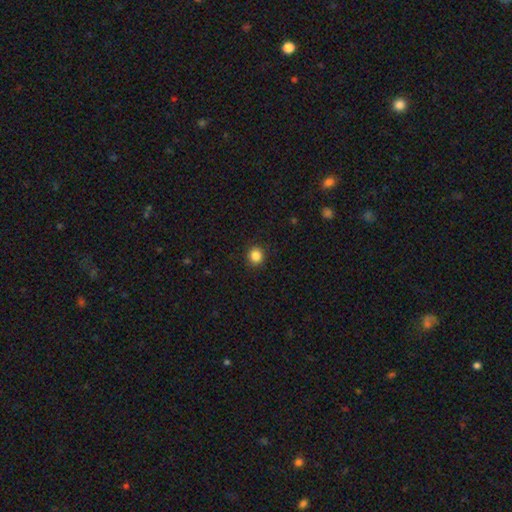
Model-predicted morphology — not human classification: The model was most divided on "smooth or featured": smooth: 86%, star or artifact: 11%, featured or disk: 3%. More confident: merging — none (92%); how rounded — round (87%).